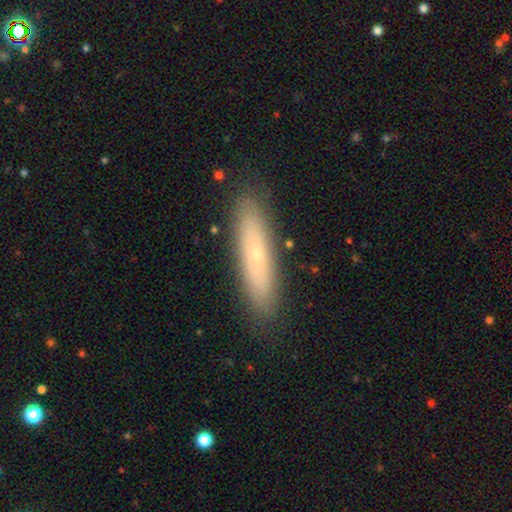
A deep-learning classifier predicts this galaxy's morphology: This is possibly a smooth galaxy (56%). How rounded: likely cigar-shaped (80%). Merging: clearly none (88%).